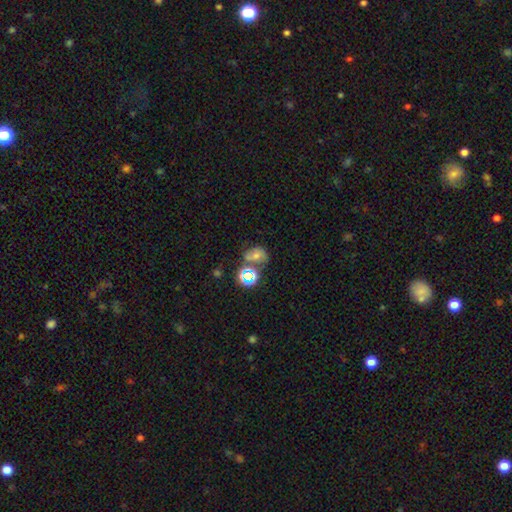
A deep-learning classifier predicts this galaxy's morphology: A smooth galaxy with no disk features (46%). Merging: none (46%).